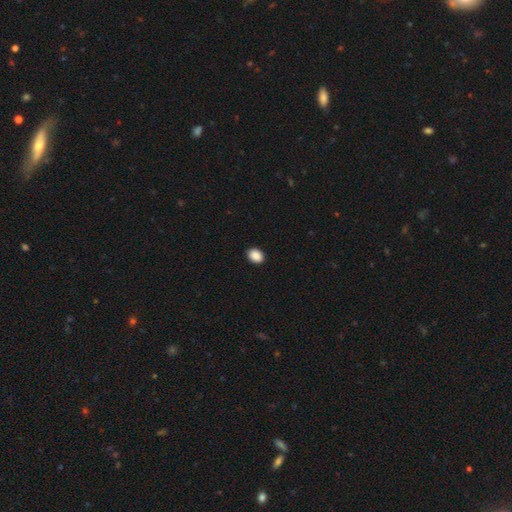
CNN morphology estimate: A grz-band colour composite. It shows a smooth galaxy with no disk features (90%) that is in between round and cigar-shaped (61%). Merging: none (92%).